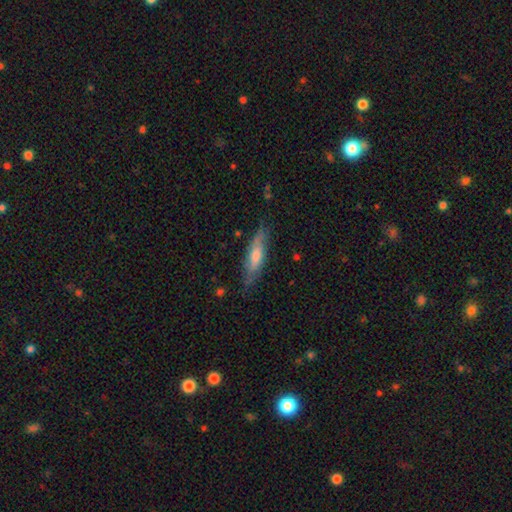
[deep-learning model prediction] smooth_or_featured: smooth (p=0.52) [alt: featured or disk p=0.42]
how_rounded: cigar-shaped (p=0.71) [alt: in between p=0.28]
merging: none (p=0.74) [alt: minor disturbance p=0.20]